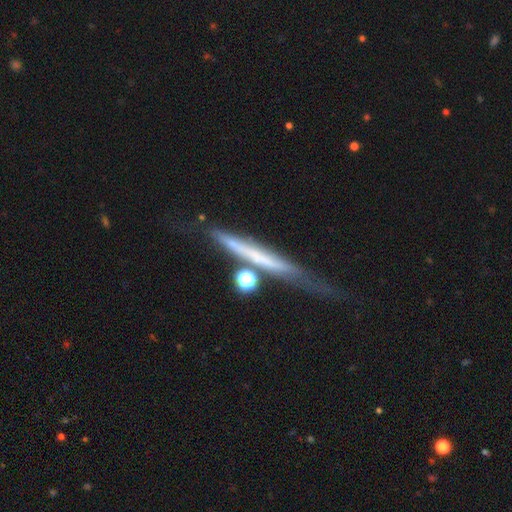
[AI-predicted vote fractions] Smooth or featured: featured or disk — 54% (smooth — 36%)
Edge-on disk: yes — 90% (no — 10%)
Merging: none — 59% (minor disturbance — 21%)